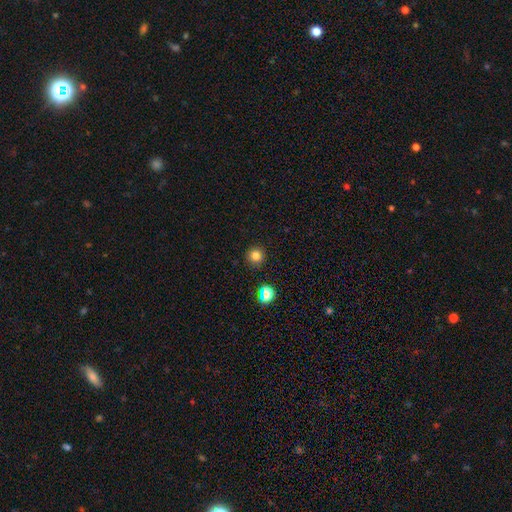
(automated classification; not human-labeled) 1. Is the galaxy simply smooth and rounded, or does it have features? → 81% smooth, 14% star or artifact, 5% featured or disk.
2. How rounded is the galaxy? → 94% round, 5% in between, 1% cigar-shaped.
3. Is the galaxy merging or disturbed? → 91% none, 5% minor disturbance, 2% major disturbance, 2% merger.